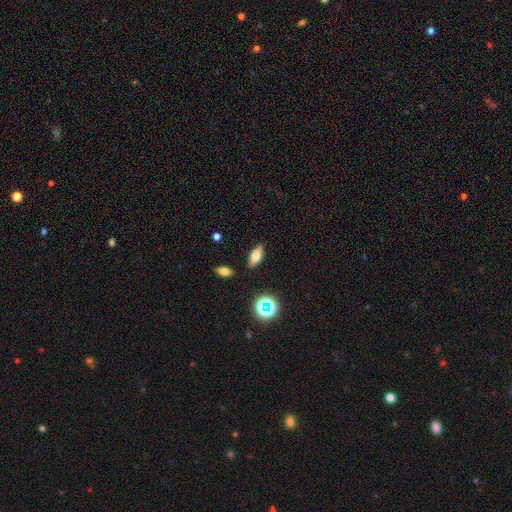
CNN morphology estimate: The model was most divided on "smooth or featured": smooth: 60%, featured or disk: 28%, star or artifact: 12%. More confident: merging — none (85%); how rounded — in between (73%).